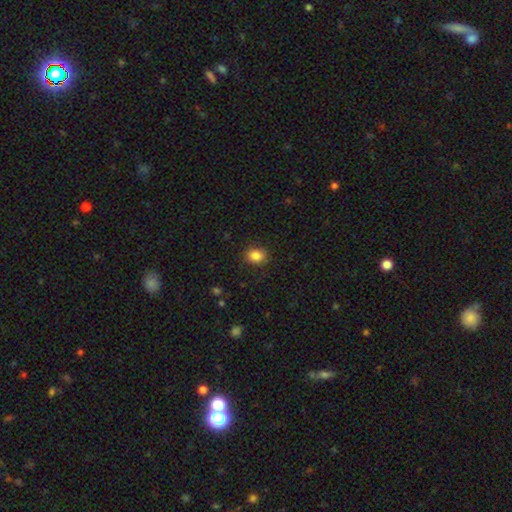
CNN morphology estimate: smooth-or-featured: smooth: 85% | star or artifact: 10% | featured or disk: 5%
  how-rounded: round: 55% | in between: 44% | cigar-shaped: 1%
  merging: none: 86% | minor disturbance: 10% | major disturbance: 3% | merger: 1%